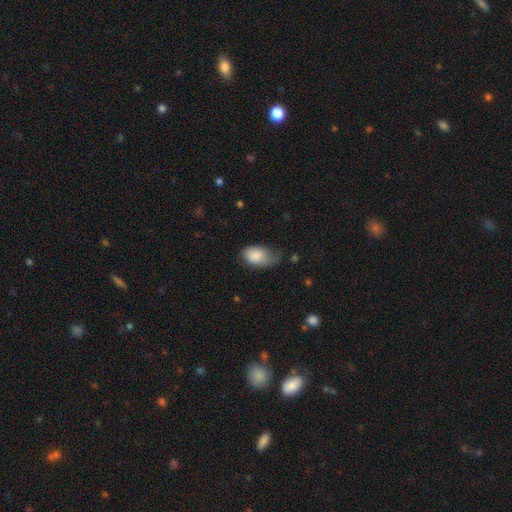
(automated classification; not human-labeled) smooth_or_featured: smooth (p=0.84) [alt: featured or disk p=0.09]
how_rounded: in between (p=0.89) [alt: round p=0.09]
merging: minor disturbance (p=0.42) [alt: none p=0.34]